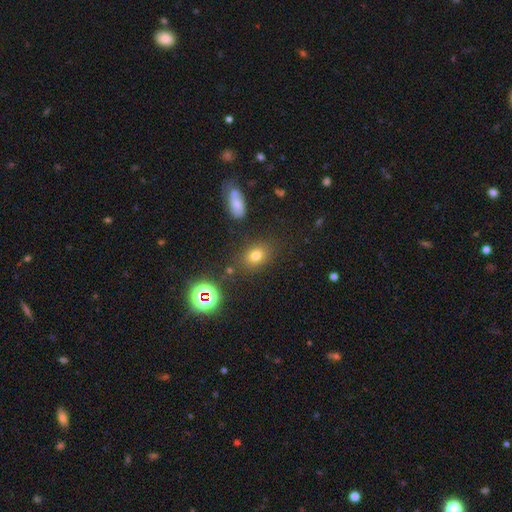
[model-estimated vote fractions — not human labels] A smooth galaxy with no disk features (71%) that is in between round and cigar-shaped (62%).

Vote fractions:
- Smooth or featured? smooth: 71% / star or artifact: 20% / featured or disk: 10%
- How rounded? in between: 62% / round: 37% / cigar-shaped: 2%
- Merging? none: 80% / minor disturbance: 11% / merger: 5% / major disturbance: 4%